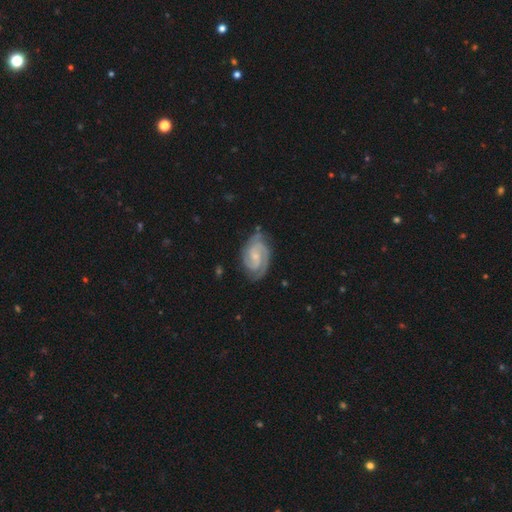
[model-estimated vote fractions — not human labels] featured or disk 90%, smooth 6%, star or artifact 4%. Down the decision tree: edge-on disk — no (98%); bar — no (46%); spiral arms — yes (98%); spiral arm count — 2 (79%); spiral winding — tight (57%); bulge size — small (67%); merging — none (78%).